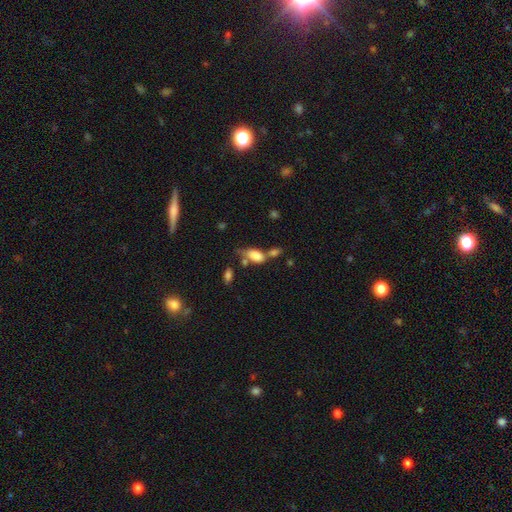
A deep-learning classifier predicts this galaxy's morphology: smooth_or_featured: smooth (p=0.79) [alt: featured or disk p=0.11]
how_rounded: in between (p=0.88) [alt: cigar-shaped p=0.07]
merging: merger (p=0.35) [alt: none p=0.31]